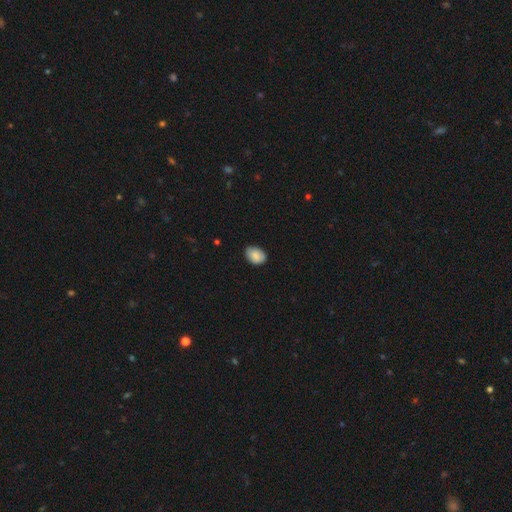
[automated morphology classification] Smooth or featured: smooth — 87% (star or artifact — 7%)
How rounded: in between — 75% (round — 24%)
Merging: none — 81% (minor disturbance — 16%)